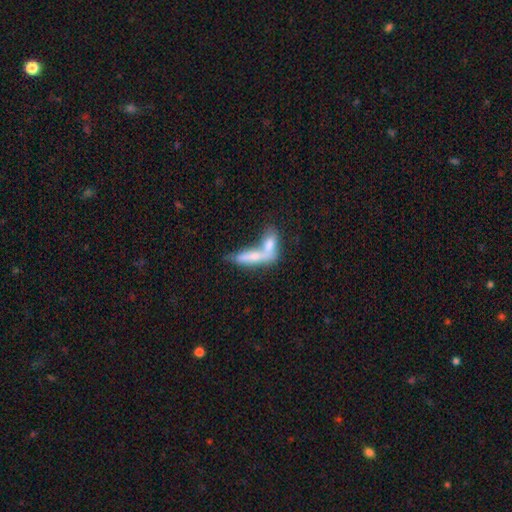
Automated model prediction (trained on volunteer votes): A smooth galaxy with no disk features (64%) that is in between round and cigar-shaped (48%, tied with cigar-shaped).

Vote fractions:
- Smooth or featured? smooth: 64% / featured or disk: 28% / star or artifact: 8%
- How rounded? in between: 48% (tied) / cigar-shaped: 48% (tied) / round: 4%
- Merging? merger: 70% / none: 17% / minor disturbance: 7% / major disturbance: 6%